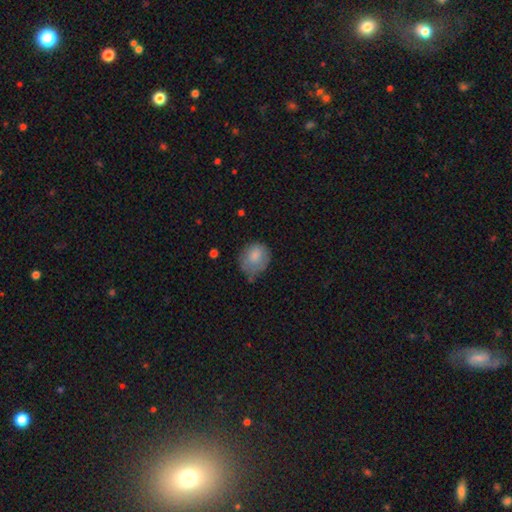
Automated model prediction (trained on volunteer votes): smooth_or_featured: smooth (p=0.78) [alt: featured or disk p=0.14]
how_rounded: round (p=0.56) [alt: in between p=0.43]
merging: none (p=0.47) [alt: minor disturbance p=0.36]